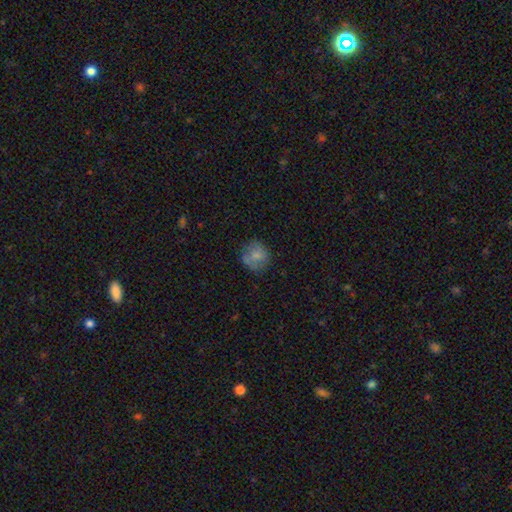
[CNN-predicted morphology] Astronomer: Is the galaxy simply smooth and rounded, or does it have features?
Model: smooth — 75%.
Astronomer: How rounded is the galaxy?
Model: round — 85%.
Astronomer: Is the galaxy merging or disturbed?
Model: none — 72%.